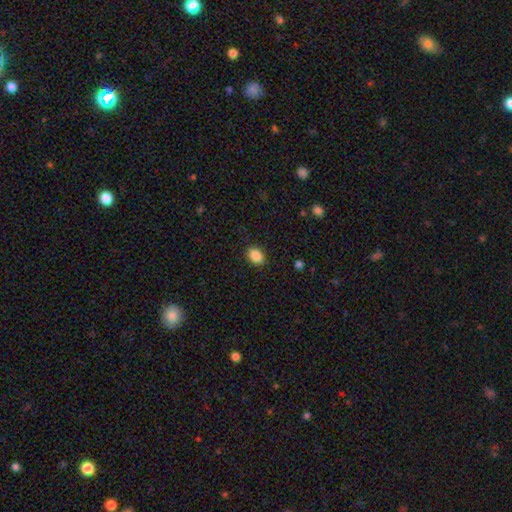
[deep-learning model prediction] Smooth or featured? Predicted: smooth (p=0.87). How rounded? Predicted: in between (p=0.72). Merging? Predicted: none (p=0.88).